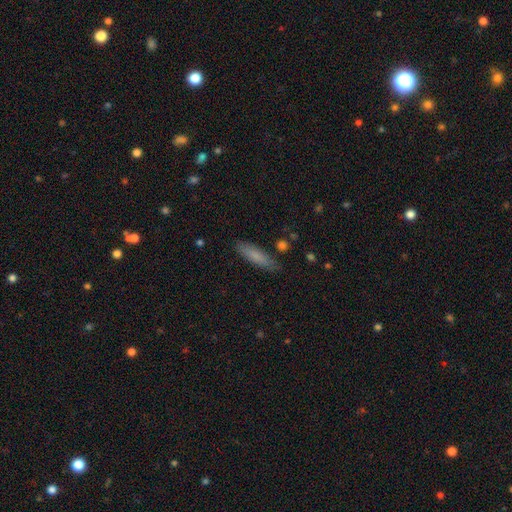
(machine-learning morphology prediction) Smooth or featured: smooth — 79% (featured or disk — 14%)
How rounded: cigar-shaped — 71% (in between — 27%)
Merging: none — 83% (minor disturbance — 13%)